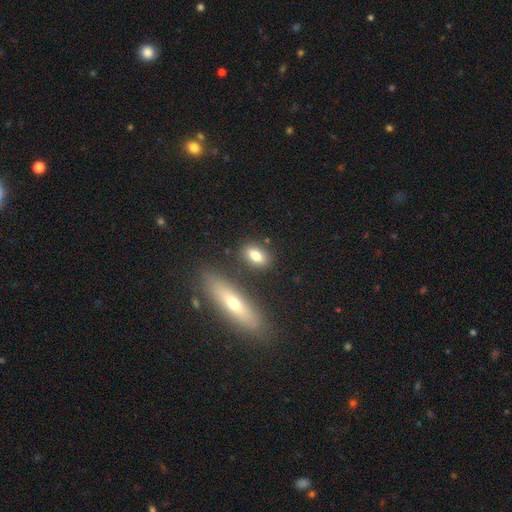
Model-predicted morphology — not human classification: Smooth or featured?
  - smooth: 78% *
  - featured or disk: 13%
  - star or artifact: 8%
How rounded?
  - in between: 79% *
  - round: 13%
  - cigar-shaped: 8%
Merging?
  - none: 79% *
  - minor disturbance: 11%
  - merger: 7%
  - major disturbance: 3%